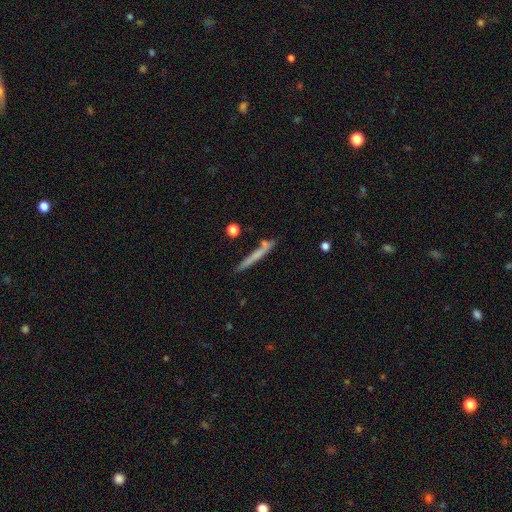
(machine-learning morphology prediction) Q: Smooth or featured?
A: smooth (59%); runner-up: featured or disk (34%)
Q: How rounded?
A: cigar-shaped (95%); runner-up: in between (3%)
Q: Merging?
A: none (74%); runner-up: minor disturbance (14%)